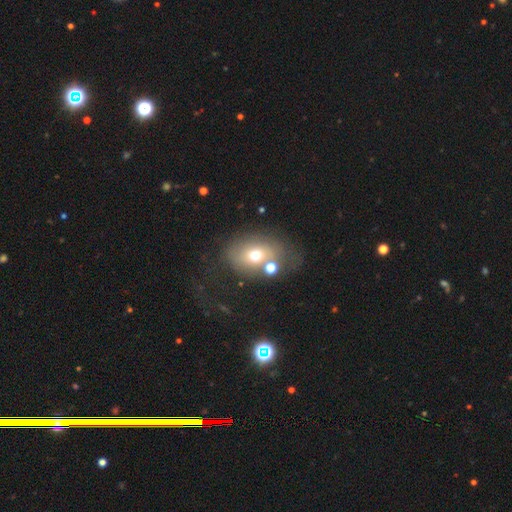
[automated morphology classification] smooth_or_featured: smooth (p=0.62) [alt: featured or disk p=0.24]
how_rounded: in between (p=0.64) [alt: round p=0.35]
merging: none (p=0.51) [alt: minor disturbance p=0.19]